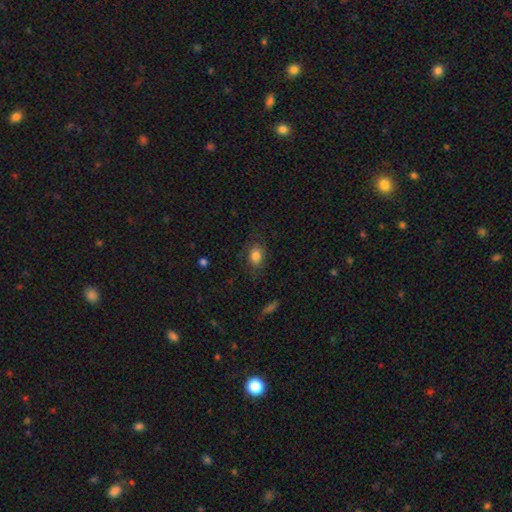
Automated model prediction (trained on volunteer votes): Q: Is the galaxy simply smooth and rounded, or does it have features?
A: smooth — 80%.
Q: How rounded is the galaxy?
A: in between — 66%.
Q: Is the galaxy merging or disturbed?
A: none — 75%.